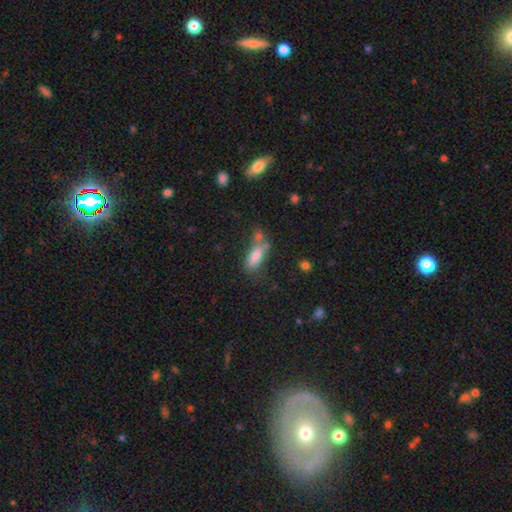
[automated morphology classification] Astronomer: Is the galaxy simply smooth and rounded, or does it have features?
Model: smooth — 78%.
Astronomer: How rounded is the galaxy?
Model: in between — 76%.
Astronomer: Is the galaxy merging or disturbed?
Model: none — 47% (runner-up: merger, 26%).